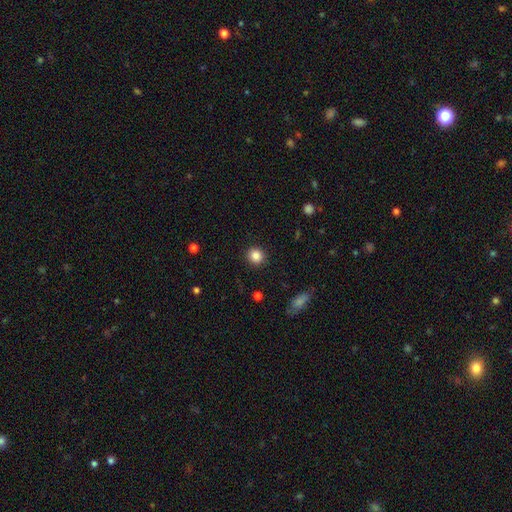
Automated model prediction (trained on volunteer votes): The model was most divided on "smooth or featured": smooth: 85%, star or artifact: 11%, featured or disk: 4%. More confident: merging — none (91%); how rounded — round (88%).